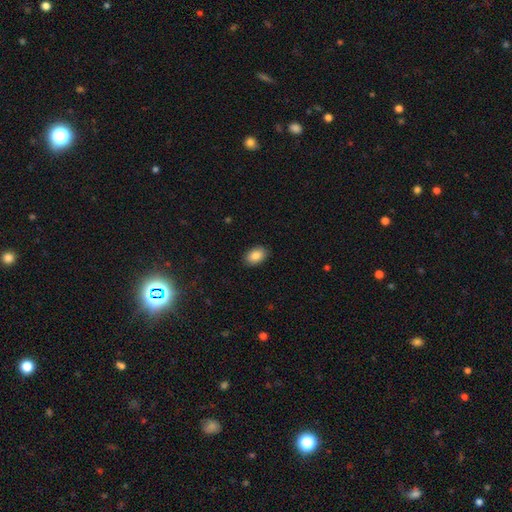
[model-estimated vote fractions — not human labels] Smooth or featured: smooth — 88% (star or artifact — 7%)
How rounded: in between — 89% (round — 10%)
Merging: none — 90% (minor disturbance — 8%)